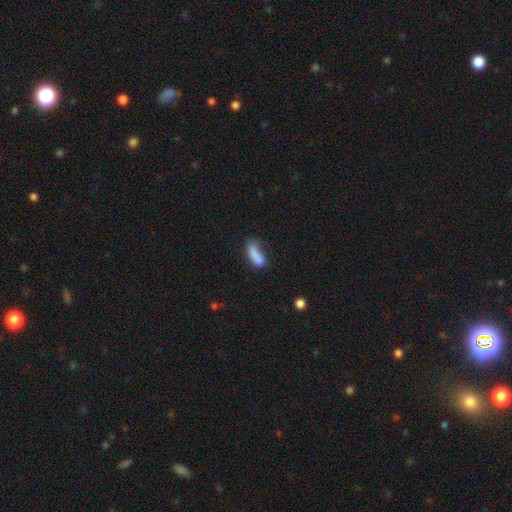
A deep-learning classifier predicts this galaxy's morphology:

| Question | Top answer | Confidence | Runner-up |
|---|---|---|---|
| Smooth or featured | smooth | 81% | featured or disk (11%) |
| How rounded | in between | 64% | cigar-shaped (33%) |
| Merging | none | 41% | minor disturbance (30%) |